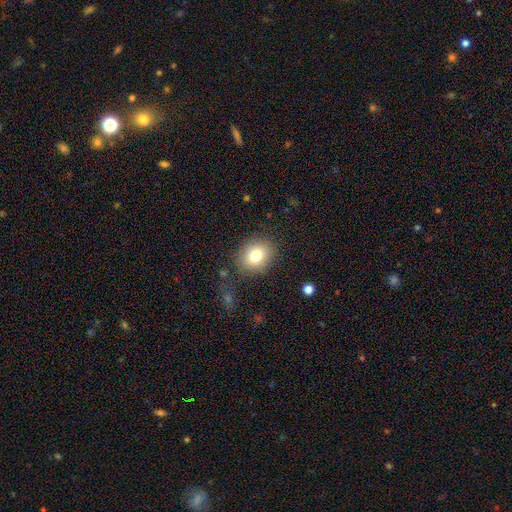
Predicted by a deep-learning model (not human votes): Smooth or featured: smooth — 79% (featured or disk — 11%)
How rounded: round — 60% (in between — 39%)
Merging: none — 83% (minor disturbance — 11%)